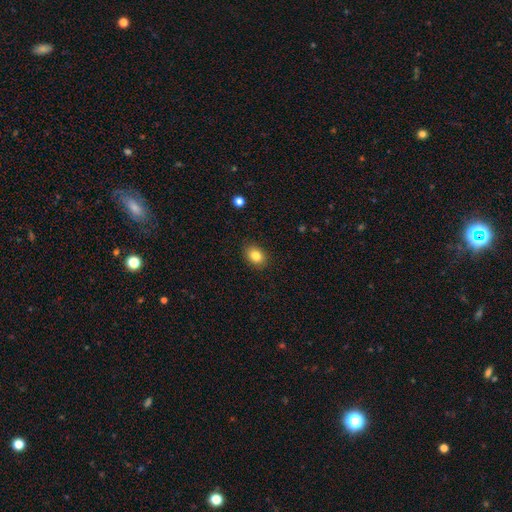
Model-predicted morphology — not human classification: A smooth galaxy with no disk features (84%) that is in between round and cigar-shaped (67%).

Vote fractions:
- Smooth or featured? smooth: 84% / star or artifact: 9% / featured or disk: 7%
- How rounded? in between: 67% / round: 32% / cigar-shaped: 1%
- Merging? none: 88% / minor disturbance: 9% / major disturbance: 2% / merger: 1%